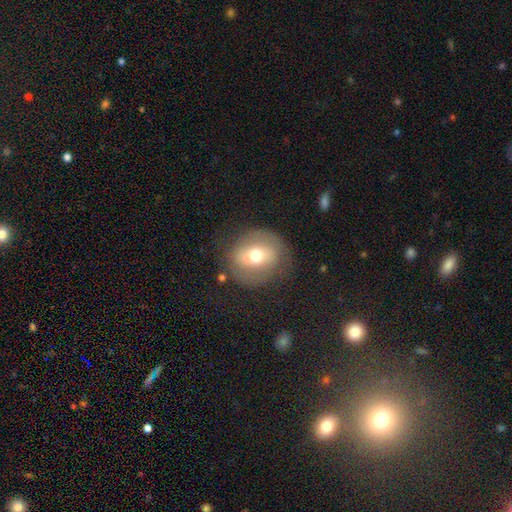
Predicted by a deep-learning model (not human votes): Smooth or featured: smooth — 47% (featured or disk — 44%)
Merging: none — 72% (minor disturbance — 17%)